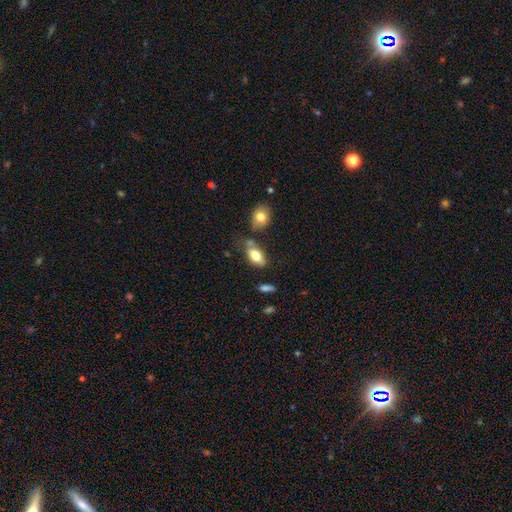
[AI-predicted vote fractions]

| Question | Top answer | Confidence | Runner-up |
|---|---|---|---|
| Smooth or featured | smooth | 77% | featured or disk (16%) |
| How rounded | in between | 90% | round (5%) |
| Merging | none | 57% | minor disturbance (20%) |